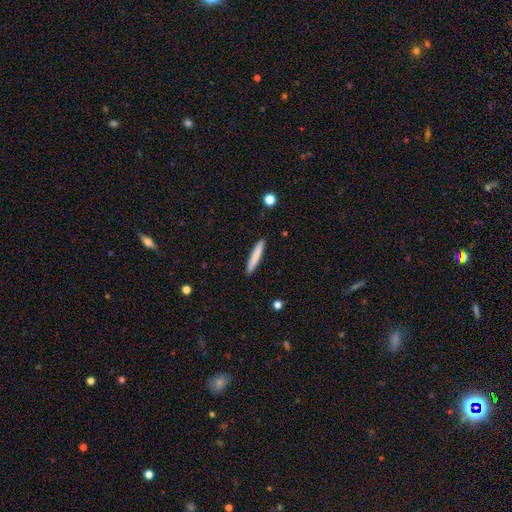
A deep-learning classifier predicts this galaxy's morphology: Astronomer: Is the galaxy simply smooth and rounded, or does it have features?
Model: smooth — 79%.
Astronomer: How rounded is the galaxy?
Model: cigar-shaped — 94%.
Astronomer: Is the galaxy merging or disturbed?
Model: none — 91%.